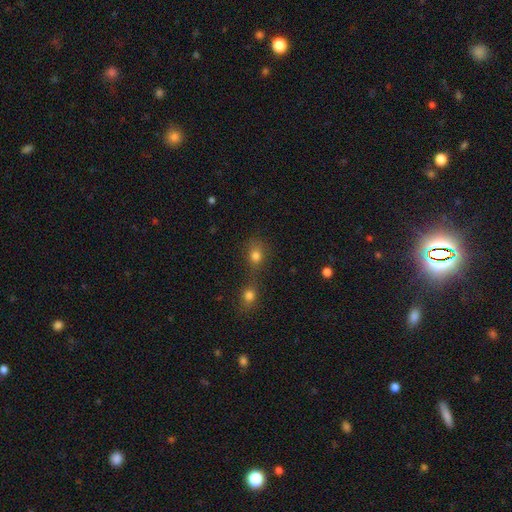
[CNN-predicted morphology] Q: Smooth or featured?
A: smooth (78%); runner-up: star or artifact (14%)
Q: How rounded?
A: round (65%); runner-up: in between (34%)
Q: Merging?
A: merger (46%); runner-up: none (40%)